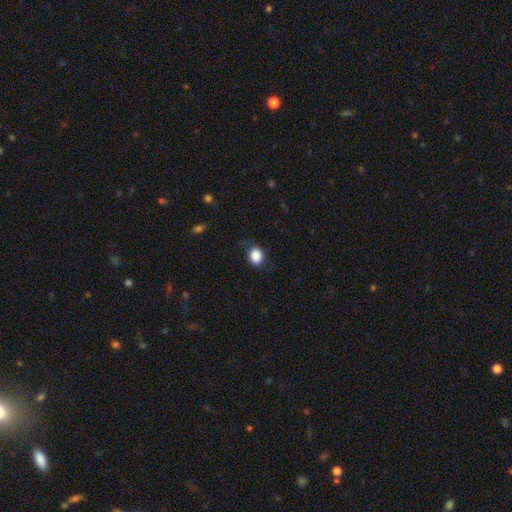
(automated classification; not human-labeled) smooth 87%, star or artifact 8%, featured or disk 5%. Down the decision tree: how rounded — round (58%); merging — none (77%).